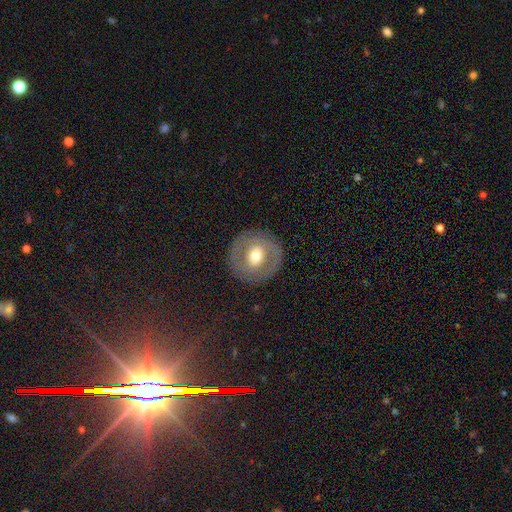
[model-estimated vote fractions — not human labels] Smooth or featured: featured or disk — 54% (smooth — 40%)
Edge-on disk: no — 95% (yes — 5%)
Bar: no — 47% (weak — 36%)
Spiral arms: no — 65% (yes — 35%)
Bulge size: moderate — 69% (large — 18%)
Merging: none — 86% (minor disturbance — 8%)